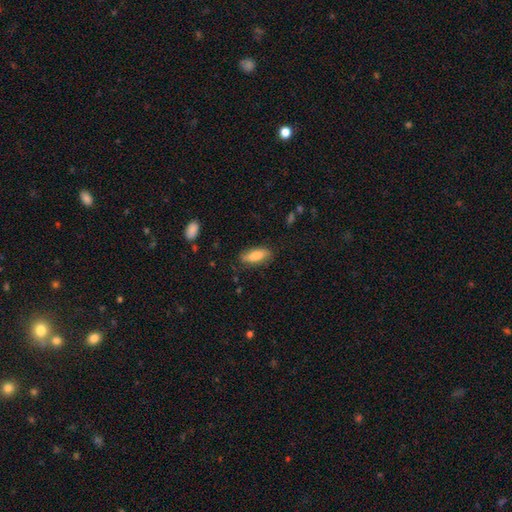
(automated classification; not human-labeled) A smooth galaxy with no disk features (78%) that is in between round and cigar-shaped (73%). Merging: none (77%).